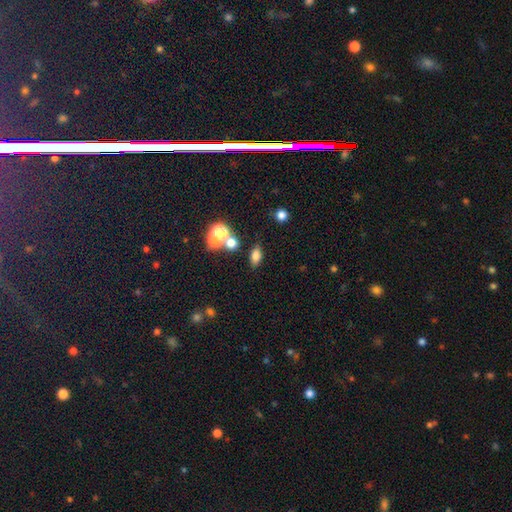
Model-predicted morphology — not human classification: Smooth or featured? Predicted: smooth (p=0.73). How rounded? Predicted: in between (p=0.77). Merging? Predicted: none (p=0.74).